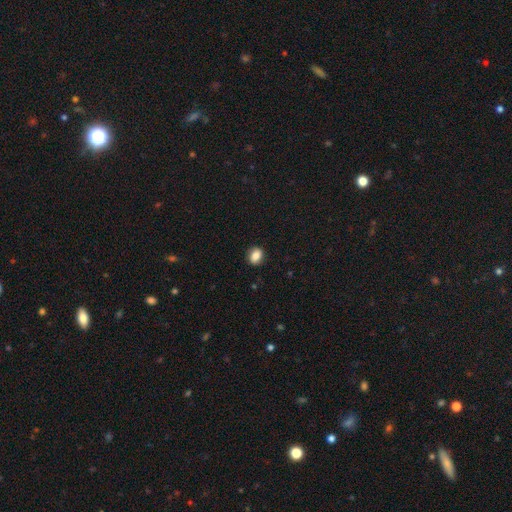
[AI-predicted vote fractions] Smooth or featured: smooth — 82% (star or artifact — 9%)
How rounded: round — 52% (in between — 47%)
Merging: none — 88% (minor disturbance — 9%)